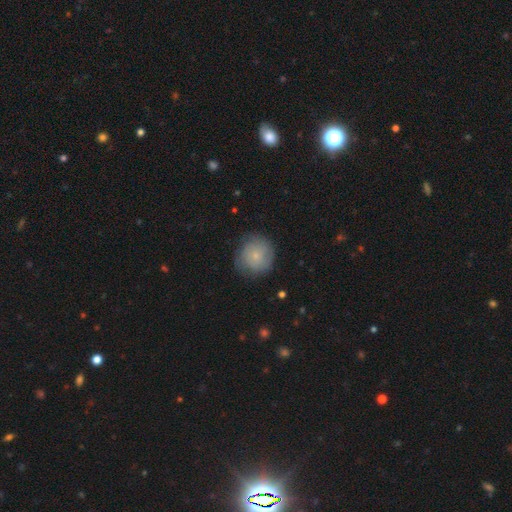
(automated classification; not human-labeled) This is likely a smooth galaxy (66%). How rounded: clearly round (90%). Merging: likely none (73%).